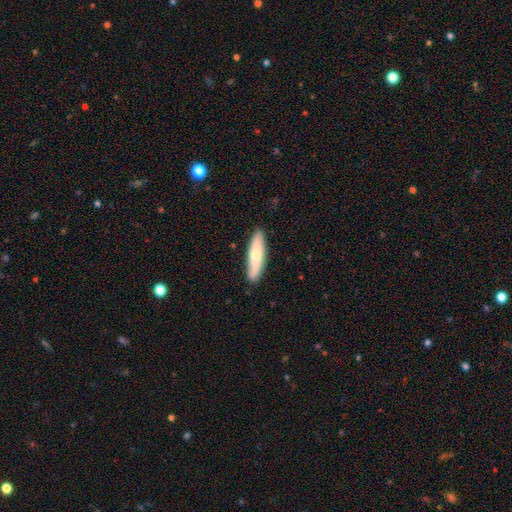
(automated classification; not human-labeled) This is likely a smooth galaxy (63%). How rounded: likely cigar-shaped (67%). Merging: clearly none (87%).